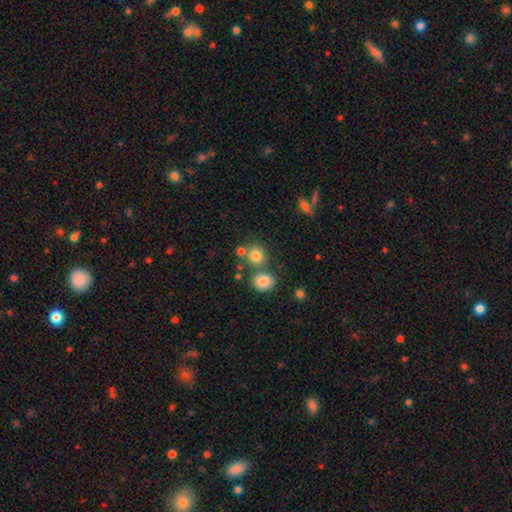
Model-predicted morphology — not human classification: Smooth or featured?
  - smooth: 80% *
  - star or artifact: 12%
  - featured or disk: 8%
How rounded?
  - round: 80% *
  - in between: 19%
  - cigar-shaped: 1%
Merging?
  - none: 61% *
  - merger: 25%
  - minor disturbance: 10%
  - major disturbance: 4%